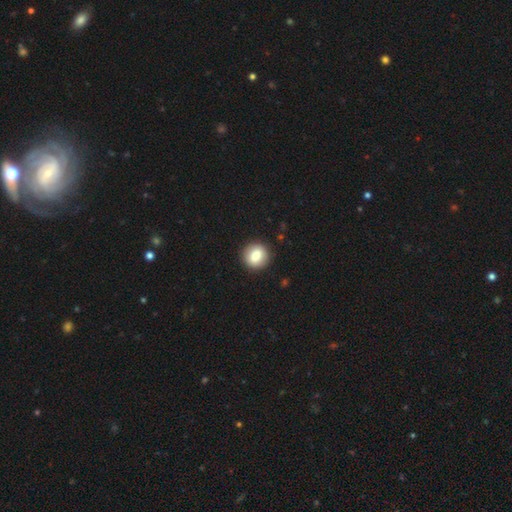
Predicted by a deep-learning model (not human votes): A smooth galaxy with no disk features (83%) that is round (90%). Merging: none (92%).